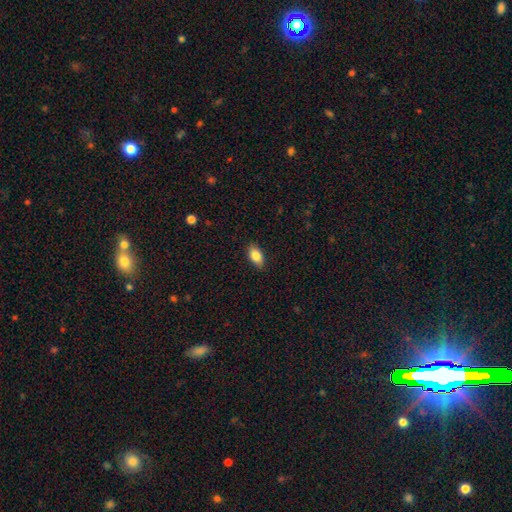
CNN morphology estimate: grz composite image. It shows a smooth galaxy with no disk features (84%) that is in between round and cigar-shaped (91%). Merging: none (88%).